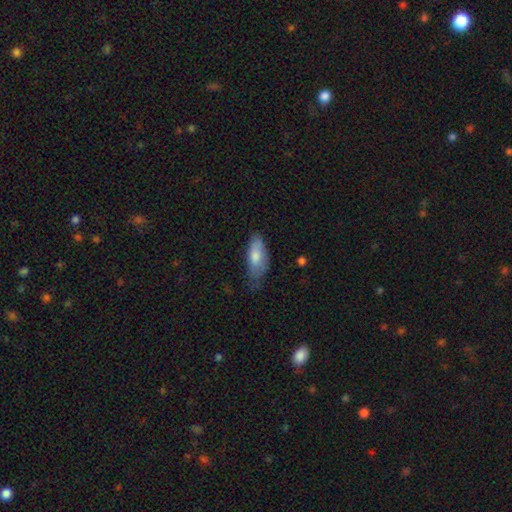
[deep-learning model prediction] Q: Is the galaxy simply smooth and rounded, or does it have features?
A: smooth — 75%.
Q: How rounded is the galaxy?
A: in between — 77%.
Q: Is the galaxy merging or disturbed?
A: none — 48%.